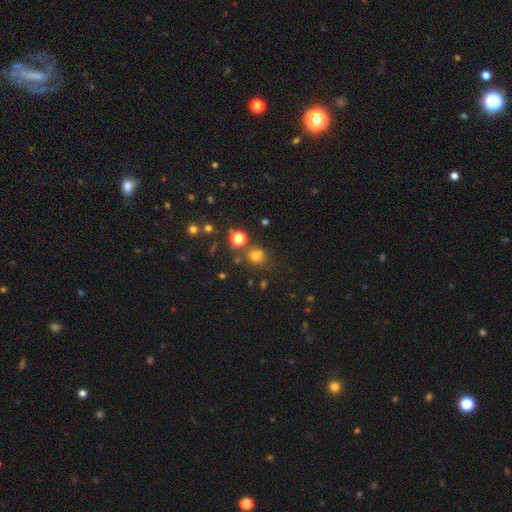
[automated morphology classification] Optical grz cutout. It shows a smooth galaxy with no disk features (70%) that is round (80%). Merging: none (65%).